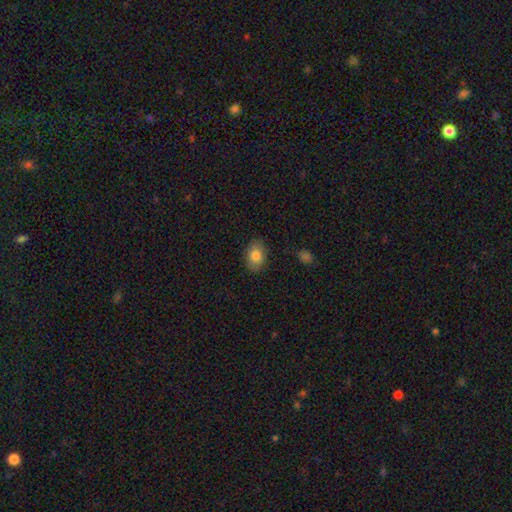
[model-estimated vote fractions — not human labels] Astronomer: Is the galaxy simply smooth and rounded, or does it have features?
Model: smooth — 81%.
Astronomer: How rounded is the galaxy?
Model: in between — 81%.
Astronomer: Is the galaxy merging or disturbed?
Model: none — 86%.